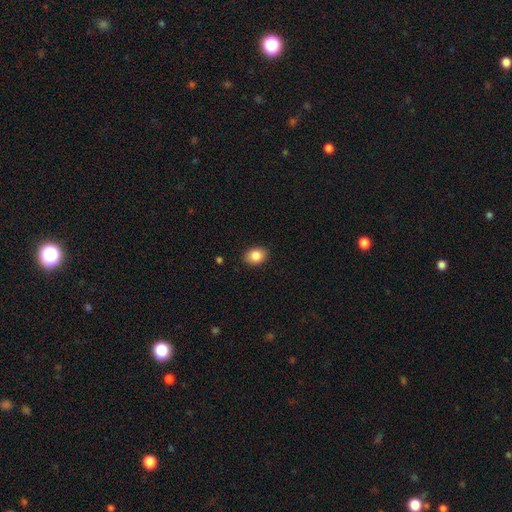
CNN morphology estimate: Smooth or featured?
  - smooth: 86% *
  - star or artifact: 9%
  - featured or disk: 5%
How rounded?
  - in between: 62% *
  - round: 37%
  - cigar-shaped: 1%
Merging?
  - none: 89% *
  - minor disturbance: 8%
  - major disturbance: 2%
  - merger: 1%